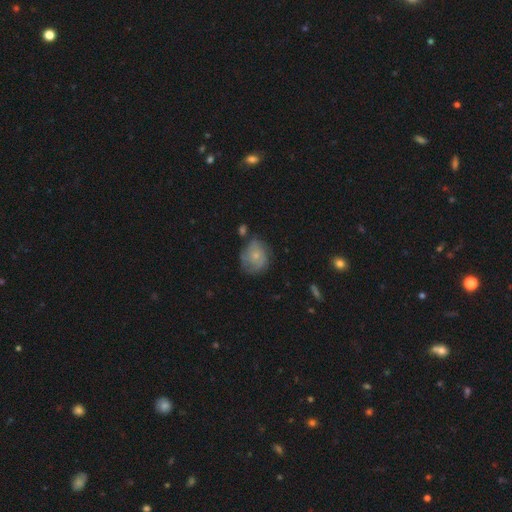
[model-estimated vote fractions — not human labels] smooth_or_featured: smooth (p=0.52) [alt: featured or disk p=0.40]
how_rounded: round (p=0.68) [alt: in between p=0.31]
merging: none (p=0.58) [alt: minor disturbance p=0.28]